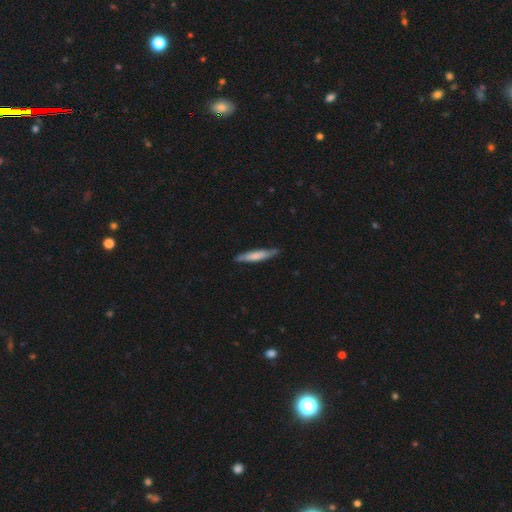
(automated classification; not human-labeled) The model was most divided on "smooth or featured": smooth: 64%, featured or disk: 31%, star or artifact: 5%. More confident: how rounded — cigar-shaped (89%); merging — none (80%).